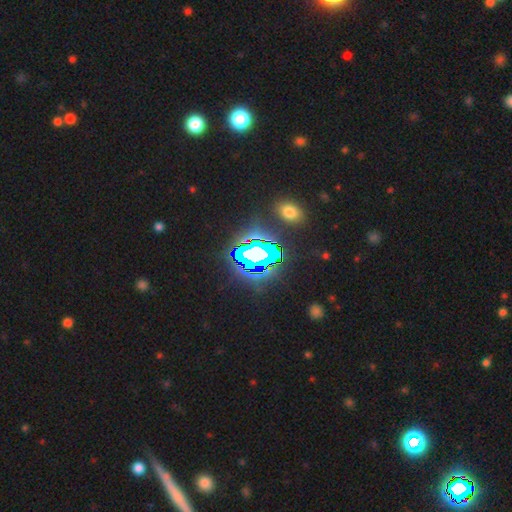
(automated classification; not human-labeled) A star or artifact, not a galaxy (69%).